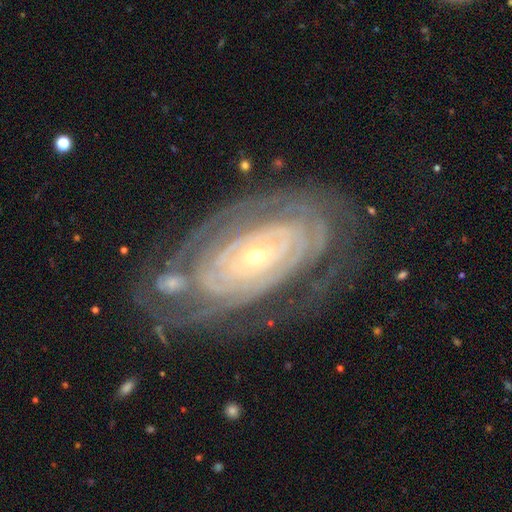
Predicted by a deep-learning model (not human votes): featured or disk 85%, smooth 9%, star or artifact 6%. Down the decision tree: edge-on disk — no (94%); bar — no (70%); spiral arms — yes (86%); spiral arm count — can't tell (50%); spiral winding — tight (83%); bulge size — small (77%); merging — none (67%).